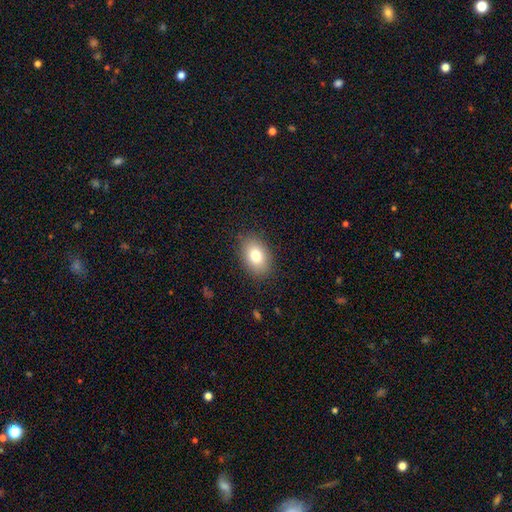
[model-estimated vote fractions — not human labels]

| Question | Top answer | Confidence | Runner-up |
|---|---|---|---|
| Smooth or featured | smooth | 79% | featured or disk (12%) |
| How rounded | in between | 84% | round (15%) |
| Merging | none | 87% | minor disturbance (10%) |